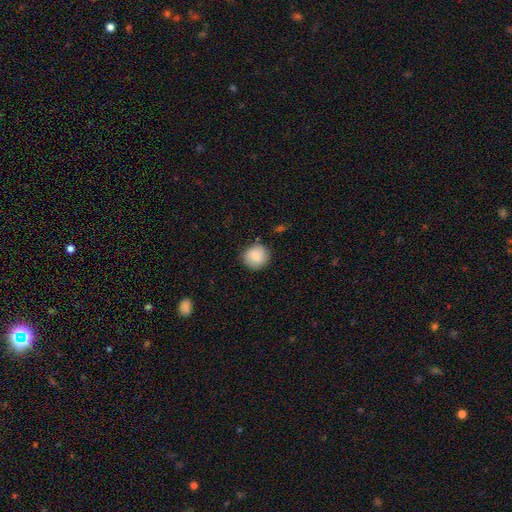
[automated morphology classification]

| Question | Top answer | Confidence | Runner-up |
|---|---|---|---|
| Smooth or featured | smooth | 83% | featured or disk (10%) |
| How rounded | round | 92% | in between (8%) |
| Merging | none | 85% | minor disturbance (11%) |